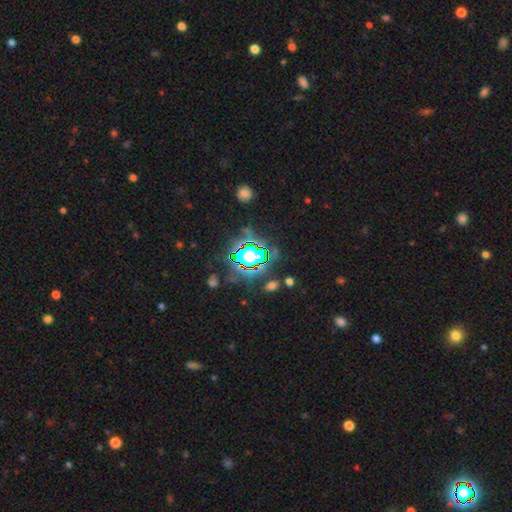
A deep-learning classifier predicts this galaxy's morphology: Smooth or featured: star or artifact — 80% (smooth — 12%)